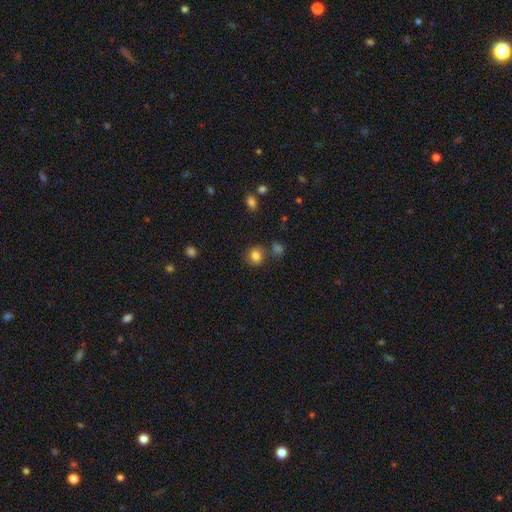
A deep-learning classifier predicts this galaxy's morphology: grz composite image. It shows a smooth galaxy with no disk features (83%) that is round (81%). Merging: none (74%).